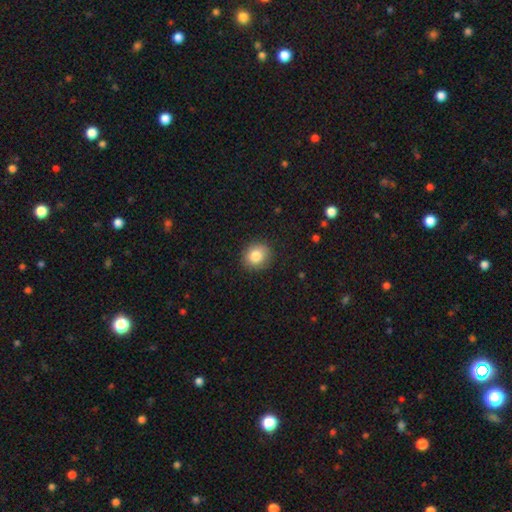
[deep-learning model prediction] smooth-or-featured: smooth: 84% | star or artifact: 9% | featured or disk: 7%
  how-rounded: round: 76% | in between: 23% | cigar-shaped: 1%
  merging: none: 88% | minor disturbance: 9% | major disturbance: 2% | merger: 1%